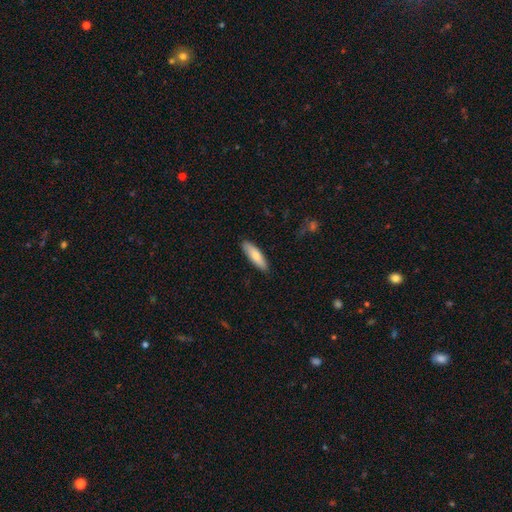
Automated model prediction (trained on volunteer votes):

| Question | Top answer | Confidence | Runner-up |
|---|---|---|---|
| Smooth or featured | smooth | 76% | featured or disk (19%) |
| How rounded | cigar-shaped | 56% | in between (42%) |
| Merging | none | 88% | minor disturbance (9%) |